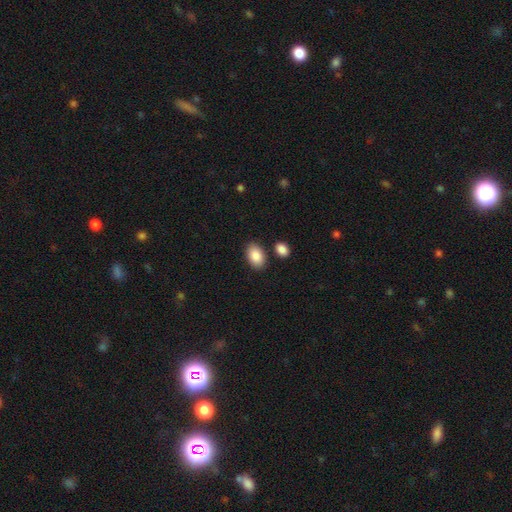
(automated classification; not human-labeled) A smooth galaxy with no disk features (89%) that is in between round and cigar-shaped (90%).

Vote fractions:
- Smooth or featured? smooth: 89% / star or artifact: 6% / featured or disk: 5%
- How rounded? in between: 90% / round: 9% / cigar-shaped: 1%
- Merging? none: 82% / minor disturbance: 10% / merger: 6% / major disturbance: 2%